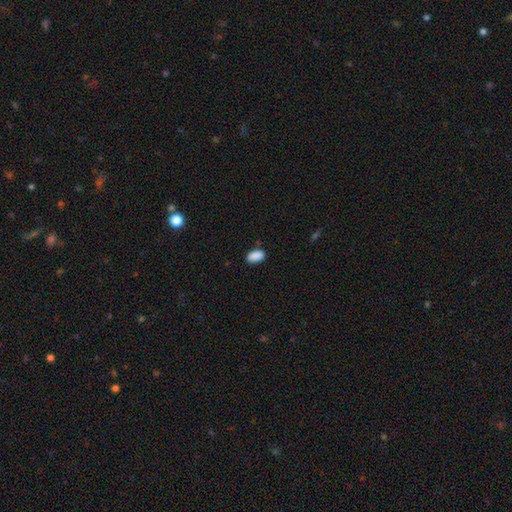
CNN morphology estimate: smooth-or-featured: smooth: 89% | star or artifact: 8% | featured or disk: 3%
  how-rounded: in between: 92% | round: 5% | cigar-shaped: 2%
  merging: none: 82% | minor disturbance: 14% | major disturbance: 2% | merger: 2%